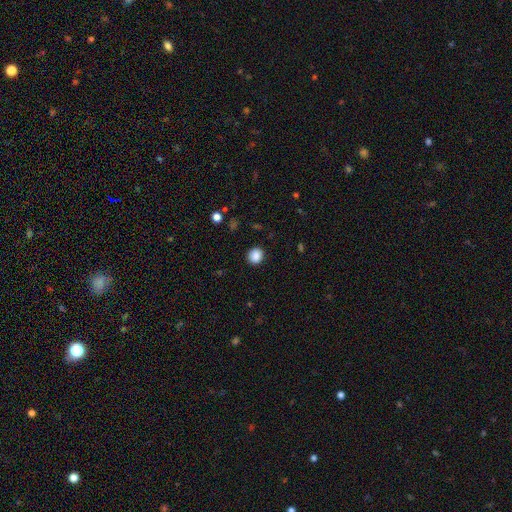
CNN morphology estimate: Q: Smooth or featured?
A: smooth (88%); runner-up: star or artifact (9%)
Q: How rounded?
A: round (85%); runner-up: in between (14%)
Q: Merging?
A: none (91%); runner-up: minor disturbance (6%)